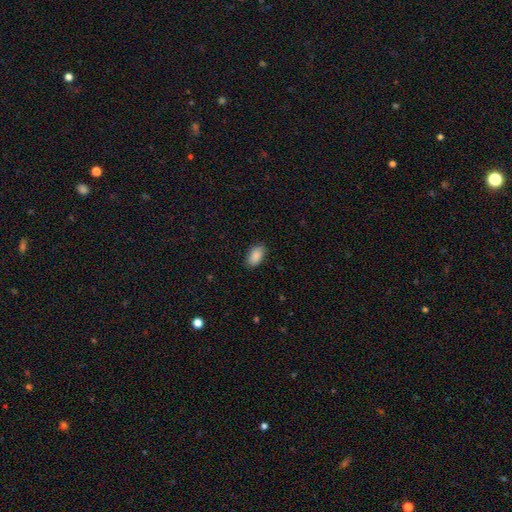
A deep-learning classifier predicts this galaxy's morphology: smooth_or_featured: smooth (p=0.90) [alt: star or artifact p=0.07]
how_rounded: in between (p=0.94) [alt: round p=0.04]
merging: none (p=0.88) [alt: minor disturbance p=0.09]